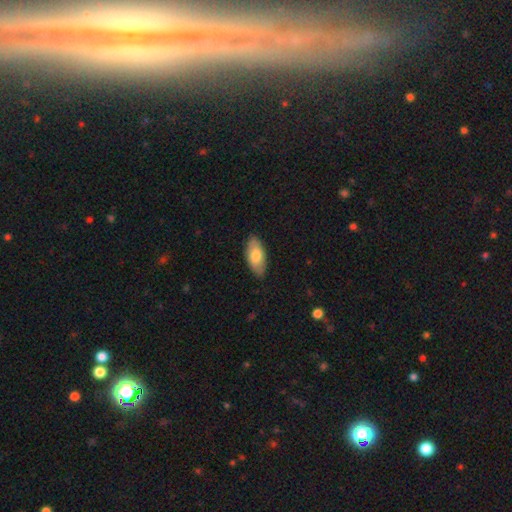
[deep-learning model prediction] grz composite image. It shows a smooth galaxy with no disk features (74%) that is in between round and cigar-shaped (91%). Merging: none (82%).